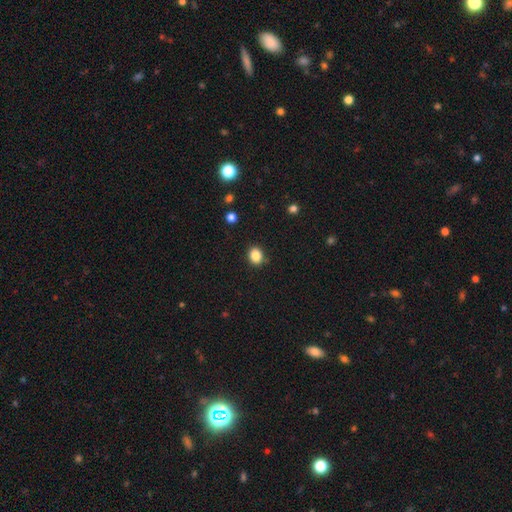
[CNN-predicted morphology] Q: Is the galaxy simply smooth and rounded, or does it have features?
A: smooth — 85%.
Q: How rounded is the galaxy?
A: round — 51%.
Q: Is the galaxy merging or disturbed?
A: none — 86%.